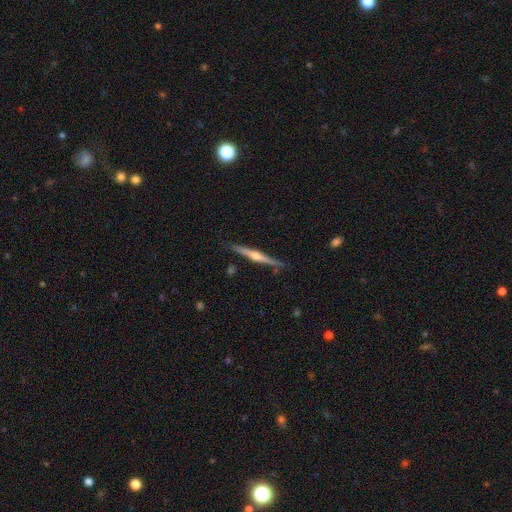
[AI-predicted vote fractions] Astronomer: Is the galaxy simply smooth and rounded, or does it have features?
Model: featured or disk — 76%.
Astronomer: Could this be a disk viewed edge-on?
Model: yes — 98%.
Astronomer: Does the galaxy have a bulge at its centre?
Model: rounded — 91%.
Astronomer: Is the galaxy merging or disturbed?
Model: none — 88%.